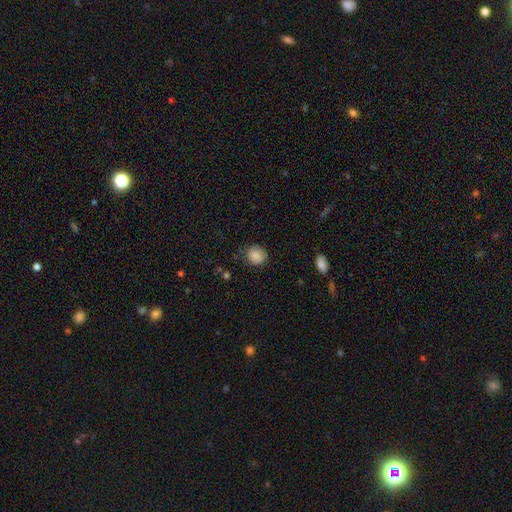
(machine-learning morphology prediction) A smooth galaxy with no disk features (87%) that is round (80%).

Vote fractions:
- Smooth or featured? smooth: 87% / star or artifact: 8% / featured or disk: 4%
- How rounded? round: 80% / in between: 20% / cigar-shaped: 1%
- Merging? none: 80% / minor disturbance: 15% / major disturbance: 3% / merger: 1%